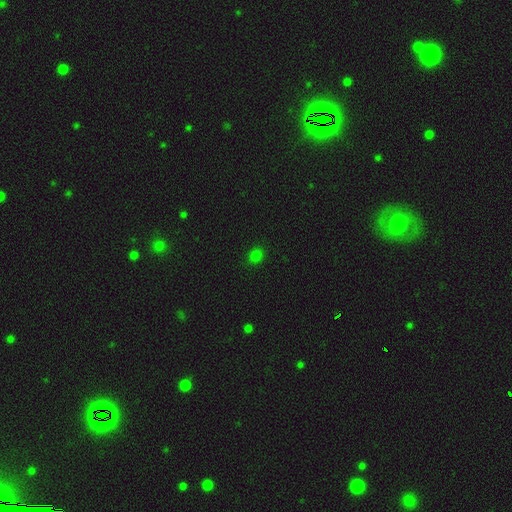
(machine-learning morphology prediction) smooth-or-featured: smooth: 78% | star or artifact: 19% | featured or disk: 3%
  how-rounded: round: 64% | in between: 35% | cigar-shaped: 1%
  merging: none: 89% | minor disturbance: 8% | major disturbance: 2% | merger: 1%